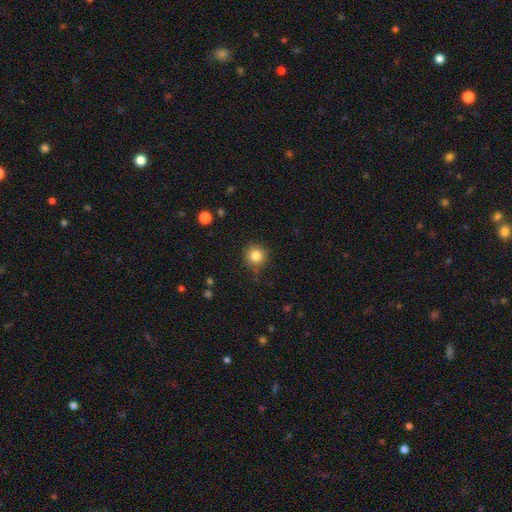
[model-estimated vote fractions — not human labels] This is clearly a smooth galaxy (83%). How rounded: clearly round (94%). Merging: clearly none (87%).